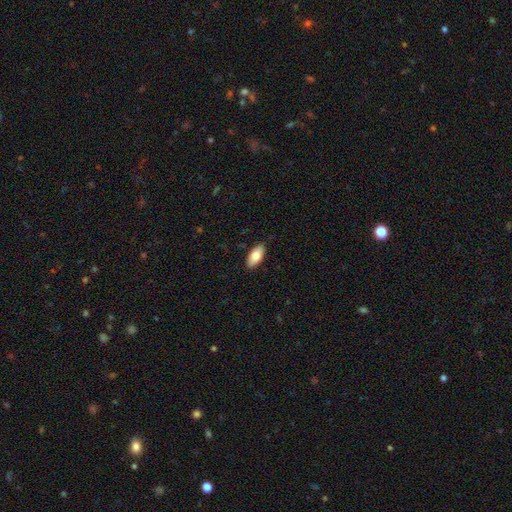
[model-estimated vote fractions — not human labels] A smooth galaxy with no disk features (82%) that is in between round and cigar-shaped (91%). Merging: none (87%).